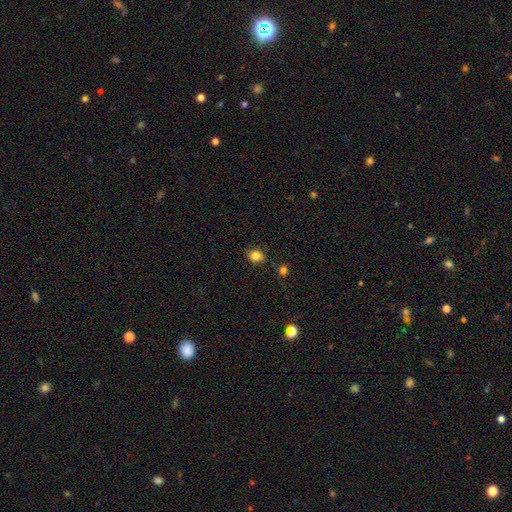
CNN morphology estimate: Overall: smooth (83%). How rounded: round (57%; in between 42%). Merging: none (82%).